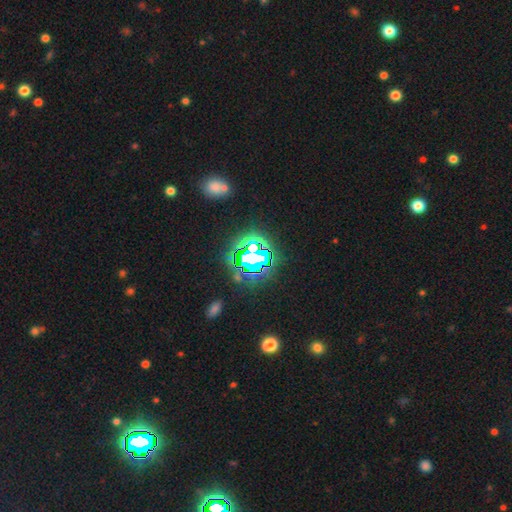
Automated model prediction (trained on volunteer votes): smooth-or-featured: star or artifact: 74% | smooth: 14% | featured or disk: 12%